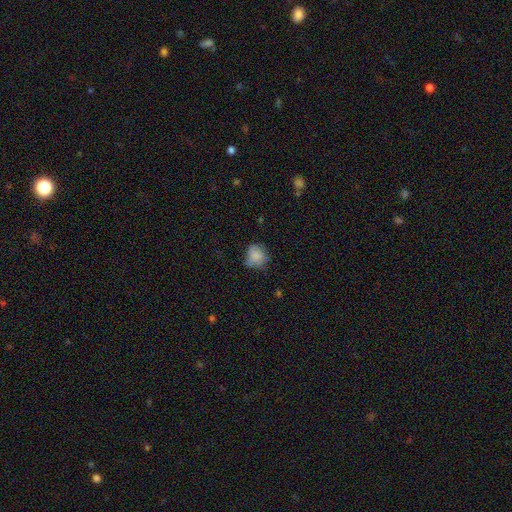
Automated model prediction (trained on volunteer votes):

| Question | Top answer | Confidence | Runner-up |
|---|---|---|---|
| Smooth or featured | smooth | 78% | featured or disk (13%) |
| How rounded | round | 75% | in between (24%) |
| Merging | none | 56% | minor disturbance (31%) |